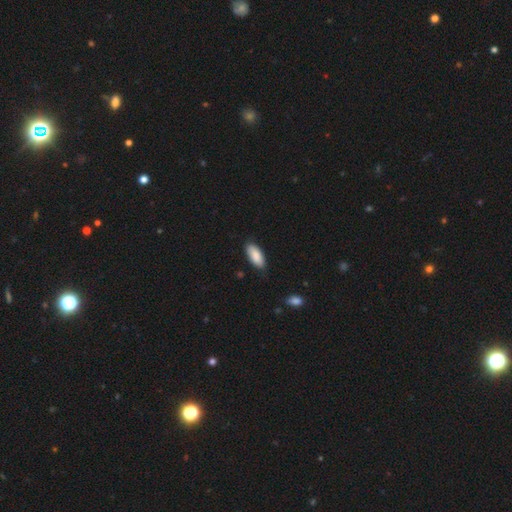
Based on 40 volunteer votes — smooth-or-featured: smooth: 98% | star or artifact: 2% | featured or disk: 0%
  how-rounded: in between: 97% | cigar-shaped: 3% | round: 0%
  merging: none: 62% | minor disturbance: 38% | major disturbance: 0% | merger: 0%